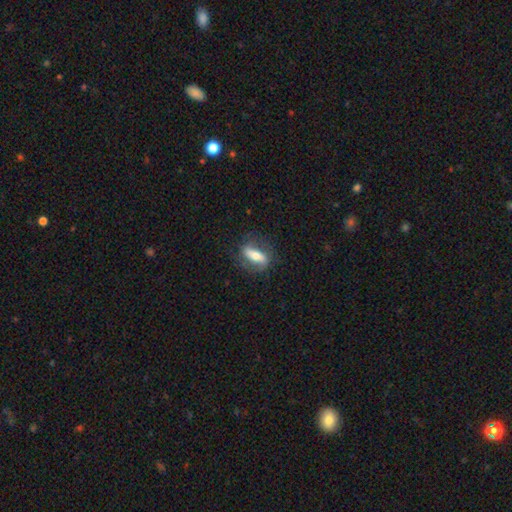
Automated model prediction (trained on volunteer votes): Overall: featured or disk (49%; smooth 44%). Merging: none (71%).